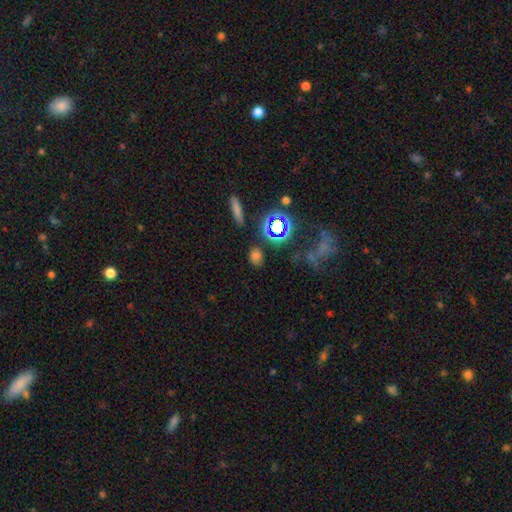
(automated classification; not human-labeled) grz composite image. It shows a smooth galaxy with no disk features (64%) that is round (52%). Merging: none (80%).